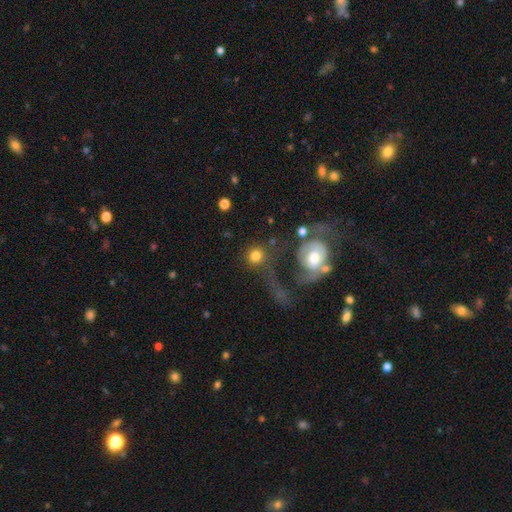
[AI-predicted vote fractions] smooth 78%, featured or disk 14%, star or artifact 8%. Down the decision tree: how rounded — round (91%); merging — none (57%).